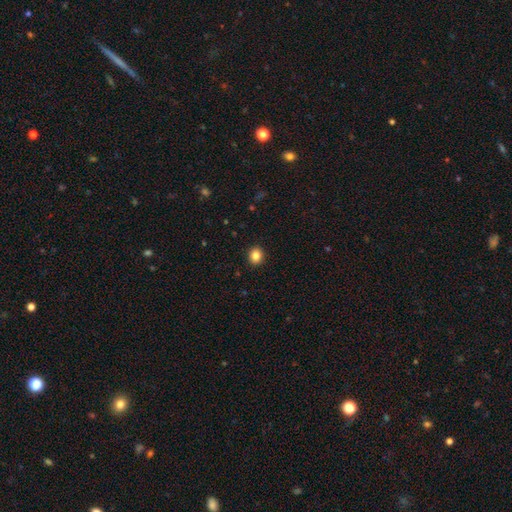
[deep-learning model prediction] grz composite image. It shows a smooth galaxy with no disk features (85%) that is round (78%). Merging: none (92%).